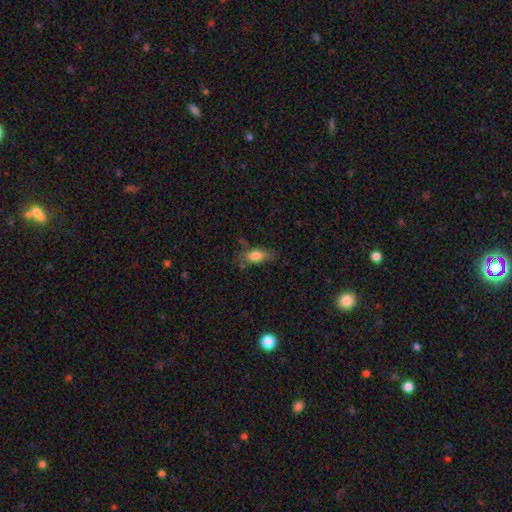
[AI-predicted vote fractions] Smooth or featured? Predicted: smooth (p=0.77). How rounded? Predicted: in between (p=0.82). Merging? Predicted: none (p=0.62).